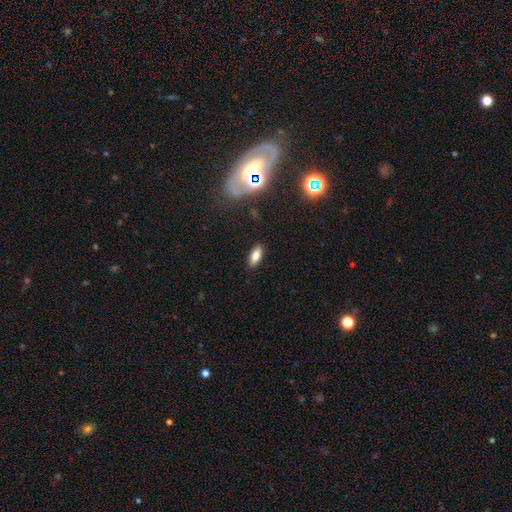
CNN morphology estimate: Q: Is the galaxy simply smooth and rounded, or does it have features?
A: smooth — 79%.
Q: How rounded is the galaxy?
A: in between — 77%.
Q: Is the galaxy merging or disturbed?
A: none — 87%.